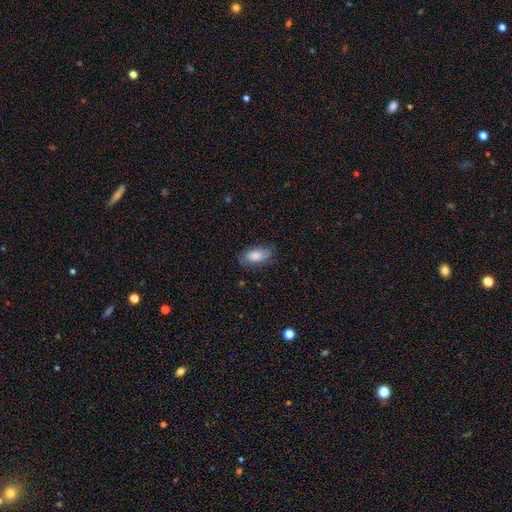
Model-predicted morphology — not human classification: A smooth galaxy with no disk features (79%) that is in between round and cigar-shaped (91%). Merging: none (68%).